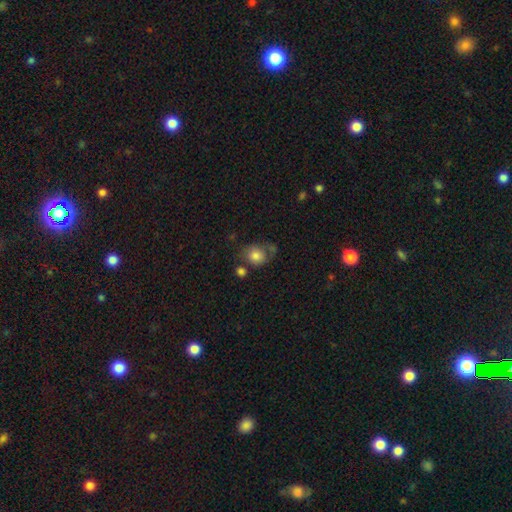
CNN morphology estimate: A smooth galaxy with no disk features (79%) that is round (67%).

Vote fractions:
- Smooth or featured? smooth: 79% / featured or disk: 13% / star or artifact: 9%
- How rounded? round: 67% / in between: 32% / cigar-shaped: 1%
- Merging? none: 52% / minor disturbance: 21% / merger: 16% / major disturbance: 11%